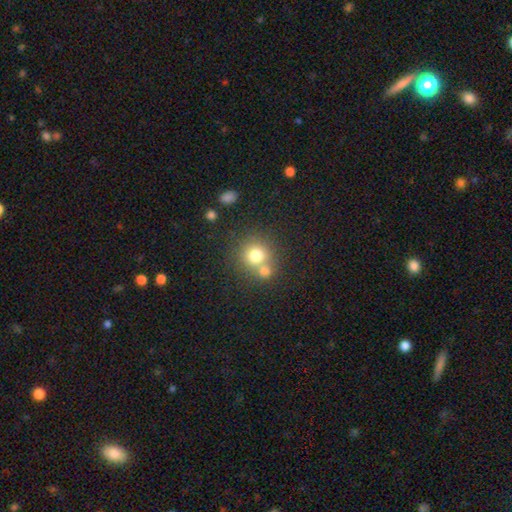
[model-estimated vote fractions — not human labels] Smooth or featured? Predicted: smooth (p=0.75). How rounded? Predicted: round (p=0.89). Merging? Predicted: none (p=0.50).